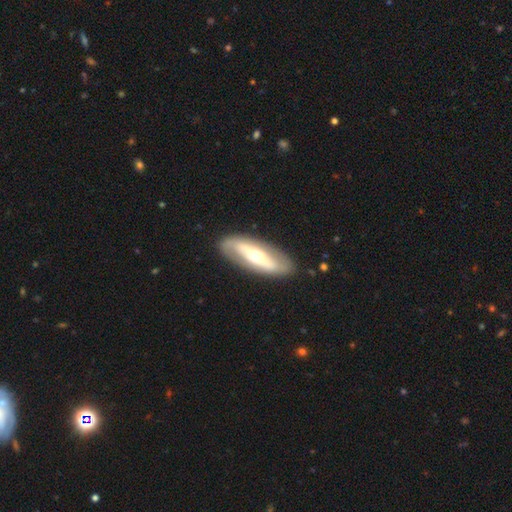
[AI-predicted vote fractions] The model was most divided on "smooth or featured": featured or disk: 65%, smooth: 30%, star or artifact: 5%. More confident: merging — none (87%); edge-on disk — no (76%).